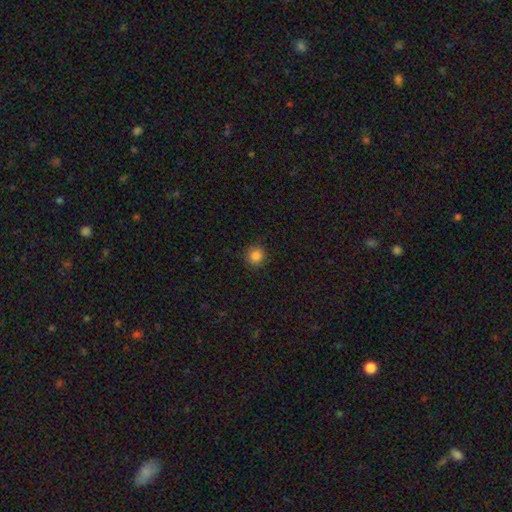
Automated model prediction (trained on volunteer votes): Overall: smooth (86%). How rounded: round (92%). Merging: none (89%).